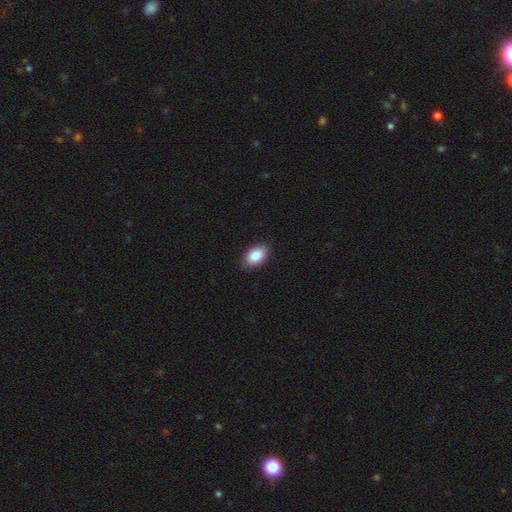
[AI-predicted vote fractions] This is clearly a smooth galaxy (86%). How rounded: clearly in between (91%). Merging: clearly none (85%).